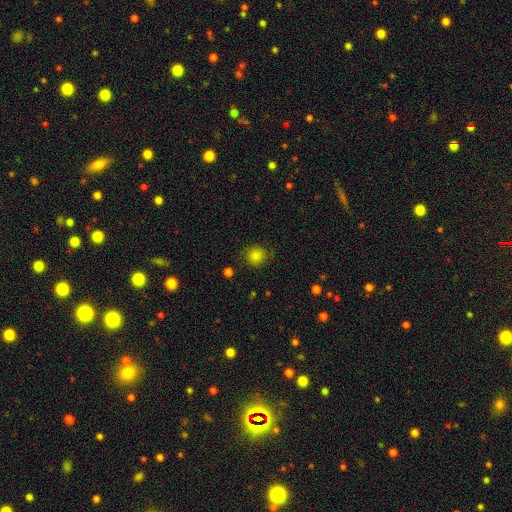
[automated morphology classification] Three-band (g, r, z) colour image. It shows a smooth galaxy with no disk features (83%) that is round (89%). Merging: none (81%).